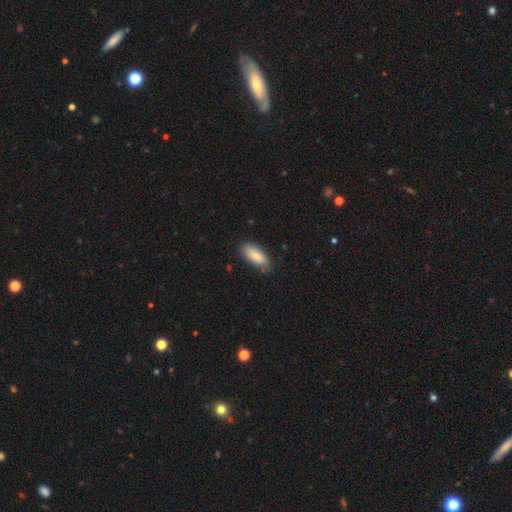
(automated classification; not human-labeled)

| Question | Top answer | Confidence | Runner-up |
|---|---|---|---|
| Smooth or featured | smooth | 86% | featured or disk (8%) |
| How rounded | in between | 83% | cigar-shaped (15%) |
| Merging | none | 80% | minor disturbance (16%) |